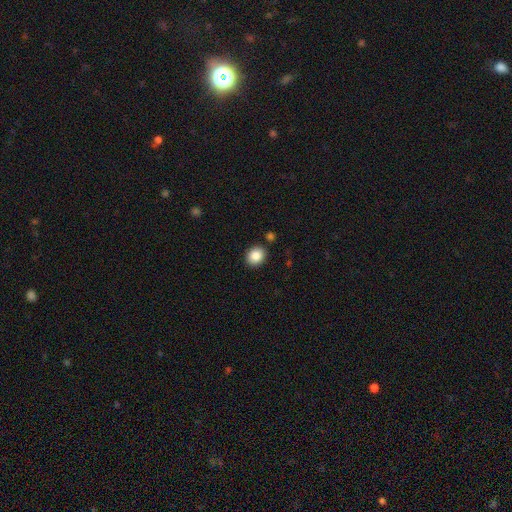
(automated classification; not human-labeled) Q: Smooth or featured?
A: smooth (86%); runner-up: star or artifact (8%)
Q: How rounded?
A: round (62%); runner-up: in between (37%)
Q: Merging?
A: none (87%); runner-up: minor disturbance (8%)